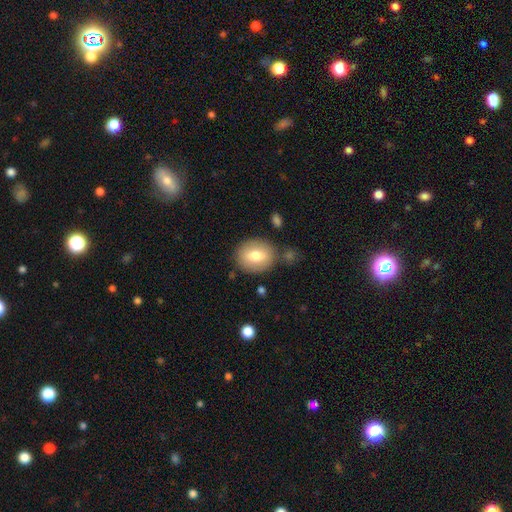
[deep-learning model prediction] This appears to be a smooth galaxy with no disk features (71%) that is round (61%). Merging: none (80%).